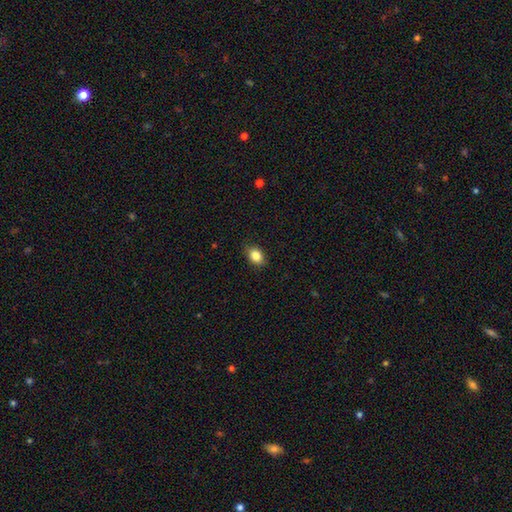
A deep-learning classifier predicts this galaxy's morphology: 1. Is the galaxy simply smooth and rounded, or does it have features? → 85% smooth, 9% star or artifact, 6% featured or disk.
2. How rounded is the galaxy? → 72% in between, 27% round, 2% cigar-shaped.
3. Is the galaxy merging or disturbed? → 83% none, 14% minor disturbance, 3% major disturbance, 1% merger.